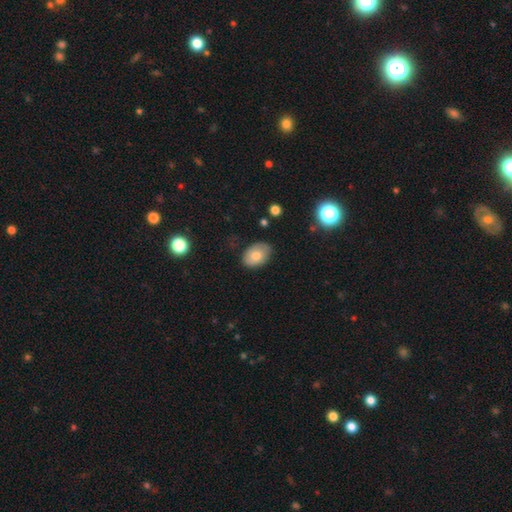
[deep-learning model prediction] Smooth or featured: smooth — 77% (featured or disk — 16%)
How rounded: in between — 85% (round — 14%)
Merging: none — 77% (minor disturbance — 18%)